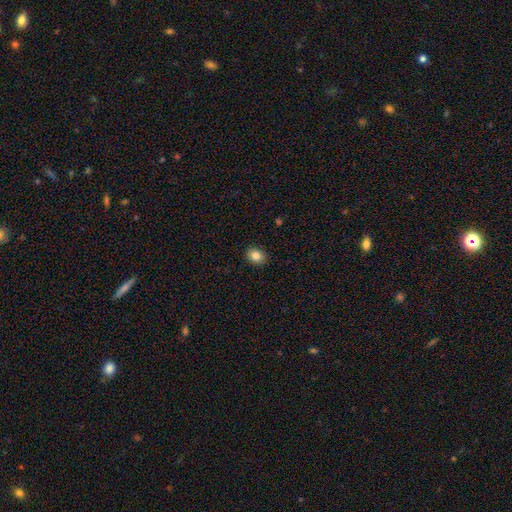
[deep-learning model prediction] Smooth or featured?
  - smooth: 84% *
  - star or artifact: 10%
  - featured or disk: 7%
How rounded?
  - in between: 52% *
  - round: 47%
  - cigar-shaped: 1%
Merging?
  - none: 90% *
  - minor disturbance: 7%
  - major disturbance: 2%
  - merger: 1%